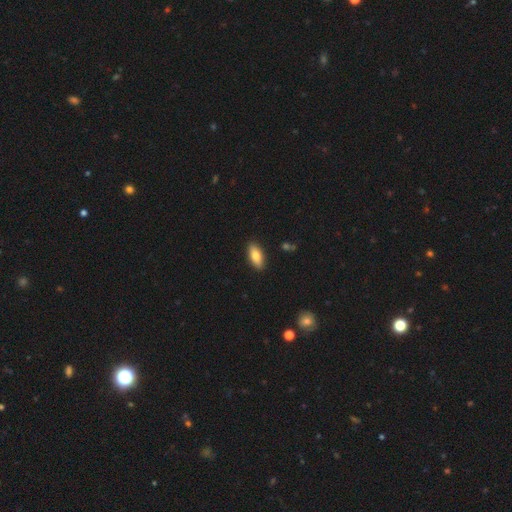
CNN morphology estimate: Q: Smooth or featured?
A: smooth (81%); runner-up: featured or disk (12%)
Q: How rounded?
A: in between (84%); runner-up: cigar-shaped (14%)
Q: Merging?
A: none (89%); runner-up: minor disturbance (8%)